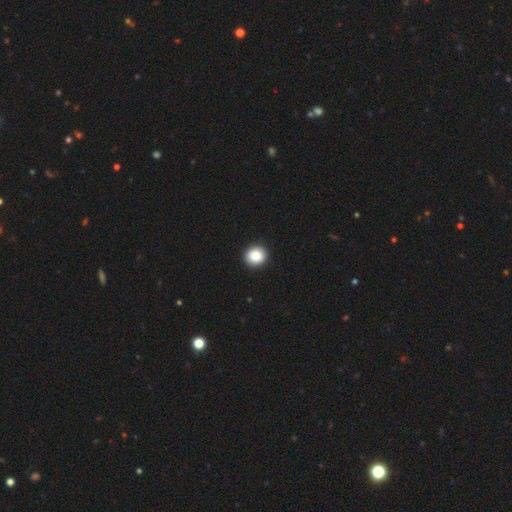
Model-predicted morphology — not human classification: Smooth or featured?
  - smooth: 86% *
  - star or artifact: 9%
  - featured or disk: 5%
How rounded?
  - round: 89% *
  - in between: 10%
  - cigar-shaped: 1%
Merging?
  - none: 93% *
  - minor disturbance: 5%
  - major disturbance: 1%
  - merger: 1%